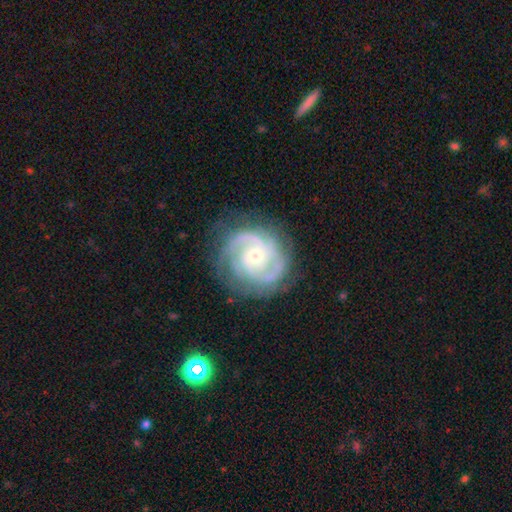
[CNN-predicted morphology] Smooth or featured?
  - featured or disk: 89% *
  - smooth: 6%
  - star or artifact: 5%
Edge-on disk?
  - no: 98% *
  - yes: 2%
Bar?
  - no: 67% *
  - weak: 27%
  - strong: 6%
Spiral arms?
  - yes: 97% *
  - no: 3%
Spiral winding?
  - tight: 58% *
  - medium: 35%
  - loose: 7%
Spiral arm count?
  - 2: 39% *
  - 3: 30%
  - can't tell: 15%
  - 4: 7%
  - 1: 5%
  - more than 4: 5%
Bulge size?
  - small: 55% *
  - moderate: 42%
  - large: 2%
  - none: 1%
  - dominant: 1%
Merging?
  - none: 76% *
  - minor disturbance: 16%
  - major disturbance: 7%
  - merger: 1%